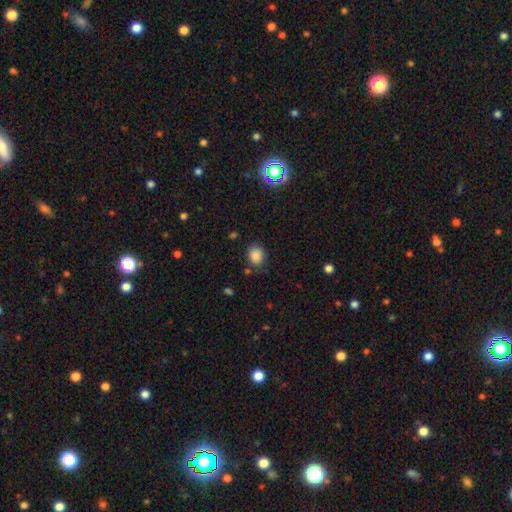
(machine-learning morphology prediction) Q: Smooth or featured?
A: smooth (85%); runner-up: star or artifact (10%)
Q: How rounded?
A: round (57%); runner-up: in between (42%)
Q: Merging?
A: none (75%); runner-up: minor disturbance (17%)